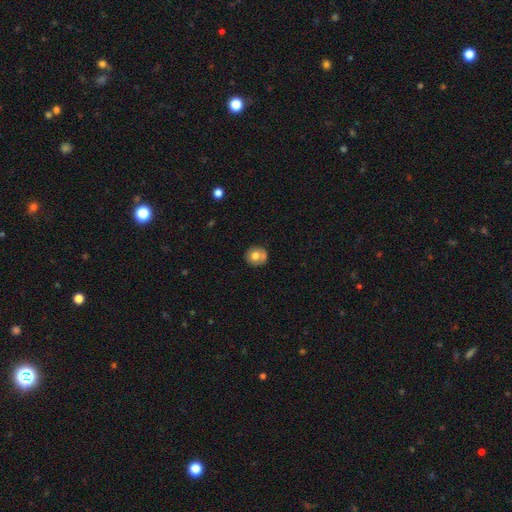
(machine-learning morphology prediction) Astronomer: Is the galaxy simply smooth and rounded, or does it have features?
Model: smooth — 70%.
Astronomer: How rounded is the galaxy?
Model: round — 84%.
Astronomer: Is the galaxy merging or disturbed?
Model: none — 66%.